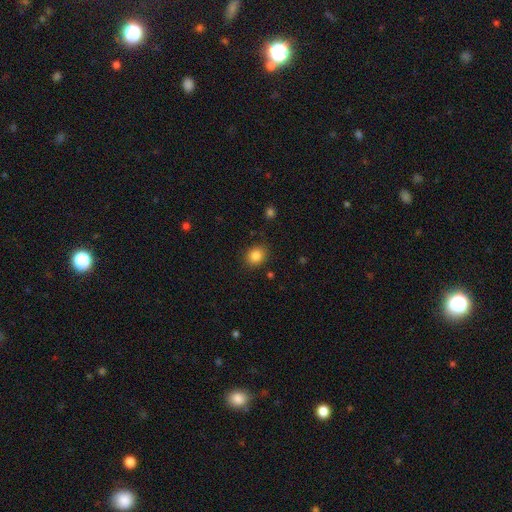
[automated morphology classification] This is clearly a smooth galaxy (85%). How rounded: likely round (64%). Merging: clearly none (86%).